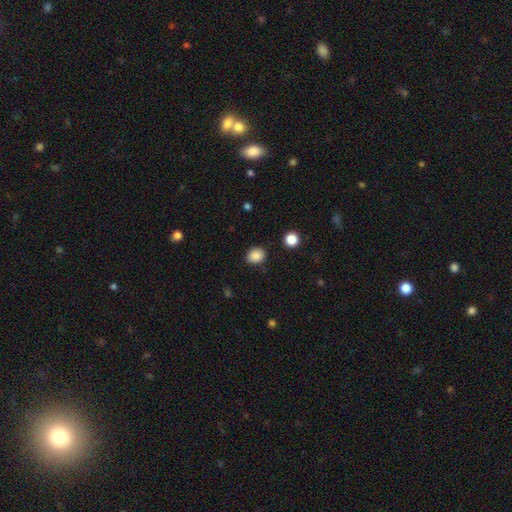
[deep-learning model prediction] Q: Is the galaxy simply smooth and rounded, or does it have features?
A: smooth — 87%.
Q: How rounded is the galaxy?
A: round — 64%.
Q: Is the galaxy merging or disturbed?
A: none — 86%.